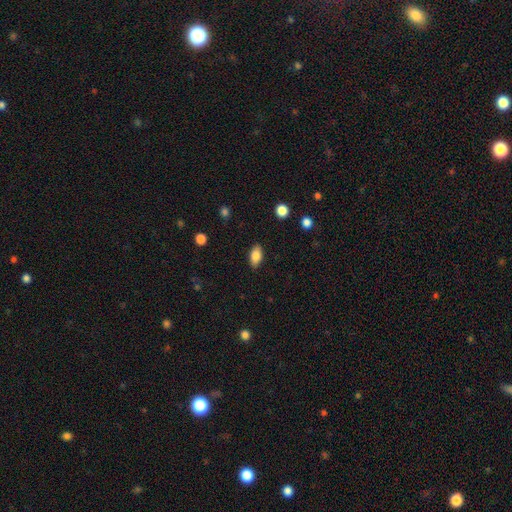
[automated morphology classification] smooth_or_featured: smooth (p=0.84) [alt: featured or disk p=0.09]
how_rounded: in between (p=0.91) [alt: round p=0.05]
merging: none (p=0.87) [alt: minor disturbance p=0.09]